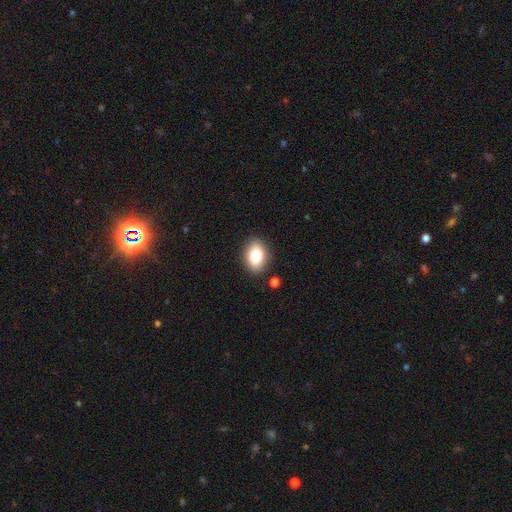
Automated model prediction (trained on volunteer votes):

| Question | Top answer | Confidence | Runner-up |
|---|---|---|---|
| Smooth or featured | smooth | 80% | featured or disk (11%) |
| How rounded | in between | 79% | round (20%) |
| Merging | none | 87% | minor disturbance (9%) |